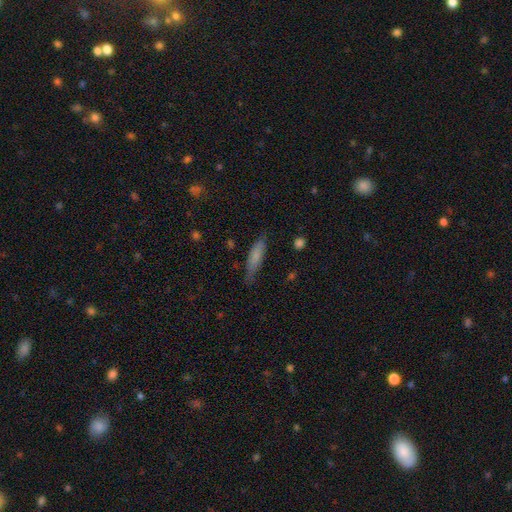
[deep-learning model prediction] smooth-or-featured: smooth: 76% | featured or disk: 17% | star or artifact: 7%
  how-rounded: cigar-shaped: 62% | in between: 36% | round: 2%
  merging: none: 66% | minor disturbance: 26% | major disturbance: 6% | merger: 2%